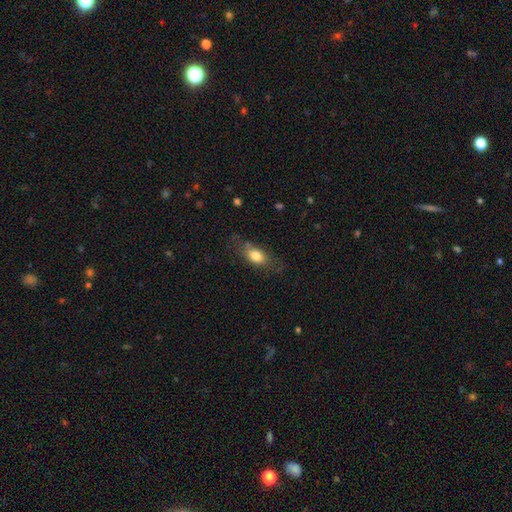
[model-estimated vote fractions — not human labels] Q: Smooth or featured?
A: smooth (76%); runner-up: featured or disk (17%)
Q: How rounded?
A: in between (79%); runner-up: cigar-shaped (12%)
Q: Merging?
A: none (64%); runner-up: minor disturbance (23%)